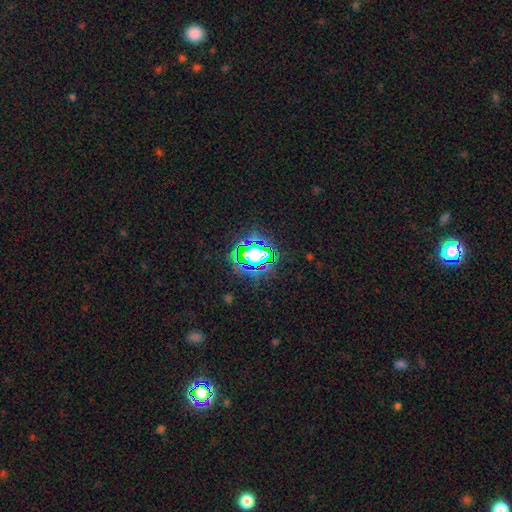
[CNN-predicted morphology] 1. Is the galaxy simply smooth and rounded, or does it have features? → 66% star or artifact, 21% smooth, 13% featured or disk.